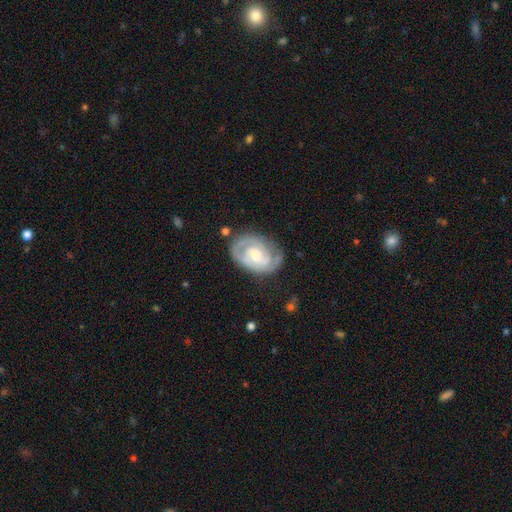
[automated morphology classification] This is clearly a featured or disk galaxy (81%). It is clearly not viewed edge-on (97%). Bar: possibly no (54%). Spiral arm pattern: clearly yes (92%). Spiral arm count: possibly 2 (57%). Spiral winding: likely tight (61%). Central bulge: possibly small (47%). Merging: likely none (68%).